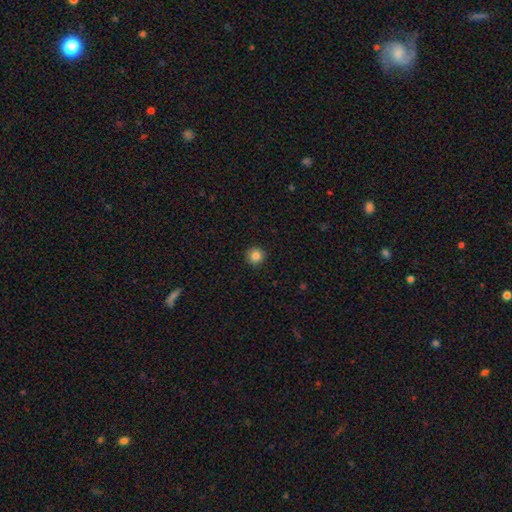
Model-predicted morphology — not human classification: Overall: smooth (86%). How rounded: round (95%). Merging: none (92%).